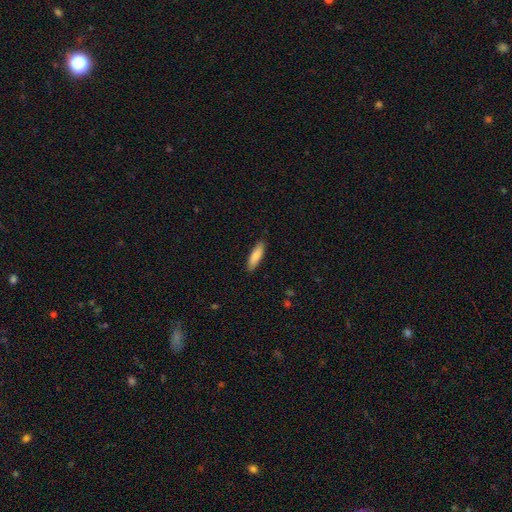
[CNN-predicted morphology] Smooth or featured? smooth (86%)
How rounded? cigar-shaped (57%)
Merging? none (87%)